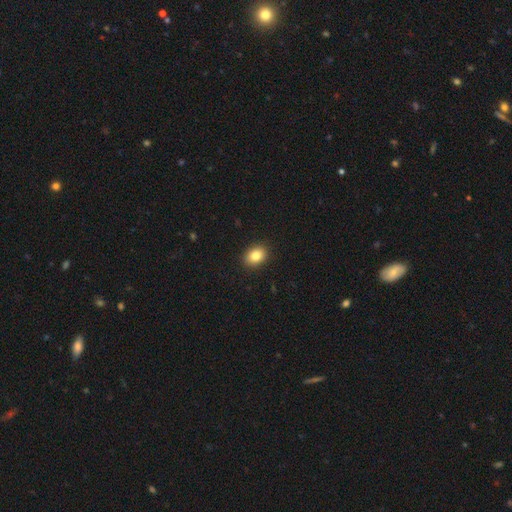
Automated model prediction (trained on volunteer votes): A smooth galaxy with no disk features (84%) that is in between round and cigar-shaped (67%). Merging: none (91%).